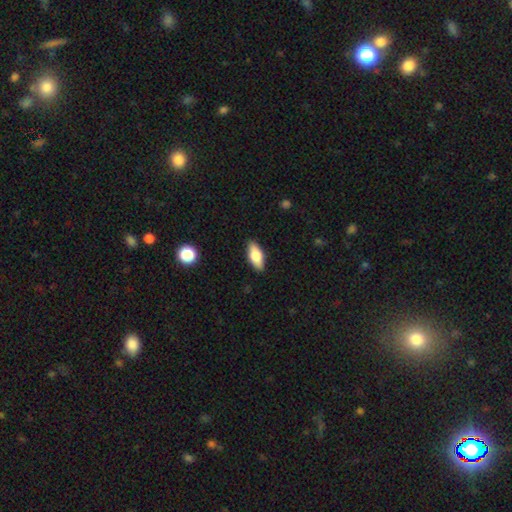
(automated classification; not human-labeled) The model was most divided on "smooth or featured": smooth: 75%, featured or disk: 18%, star or artifact: 7%. More confident: merging — none (88%); how rounded — in between (84%).